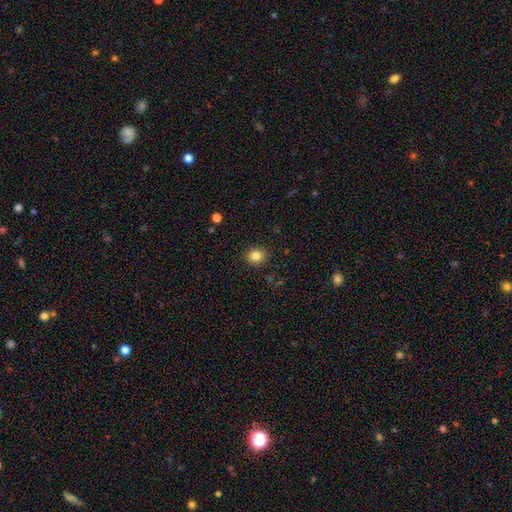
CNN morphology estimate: This is clearly a smooth galaxy (84%). How rounded: likely round (75%). Merging: clearly none (89%).